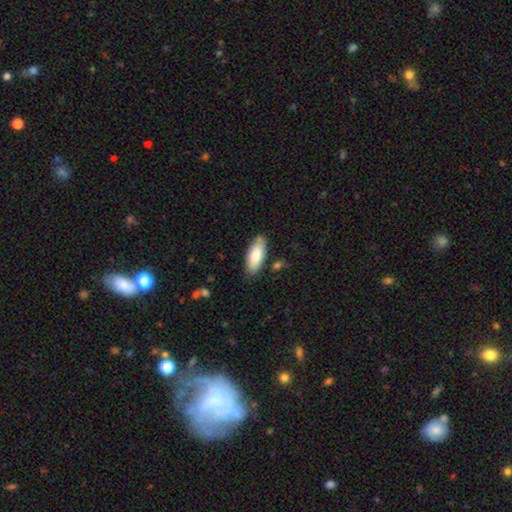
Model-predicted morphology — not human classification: type=smooth (79%); roundness=in between (80%); merging=none (81%).